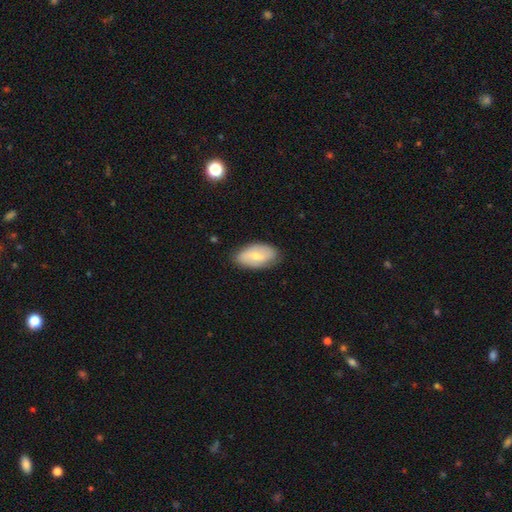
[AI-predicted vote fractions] Smooth or featured: smooth — 54% (featured or disk — 40%)
How rounded: in between — 93% (round — 4%)
Merging: none — 80% (minor disturbance — 16%)